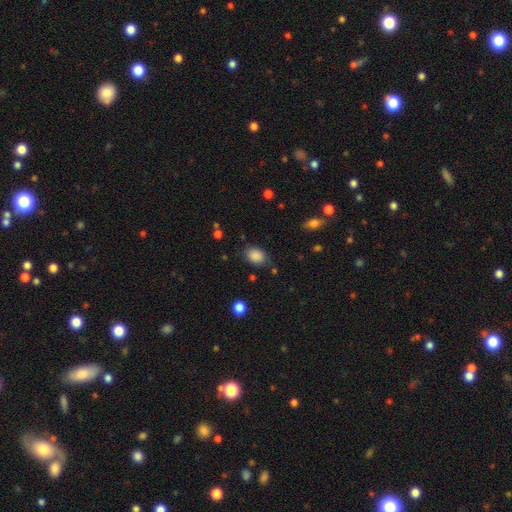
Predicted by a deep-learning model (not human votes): Smooth or featured? Predicted: smooth (p=0.87). How rounded? Predicted: in between (p=0.69). Merging? Predicted: none (p=0.80).